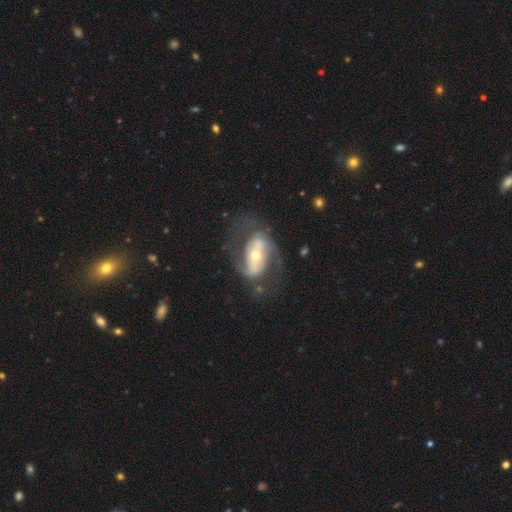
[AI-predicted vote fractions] smooth-or-featured: featured or disk: 80% | smooth: 15% | star or artifact: 6%
  disk-edge-on: no: 94% | yes: 6%
    bar: strong: 42% | no: 30% | weak: 28%
    has-spiral-arms: yes: 82% | no: 18%
      spiral-winding: medium: 48% | loose: 30% | tight: 22%
      spiral-arm-count: 2: 84% | can't tell: 9% | 1: 4% | 3: 2% | 4: 1% | more than 4: 1%
    bulge-size: moderate: 58% | small: 34% | large: 6% | dominant: 1% | none: 1%
  merging: none: 61% | major disturbance: 20% | minor disturbance: 17% | merger: 2%